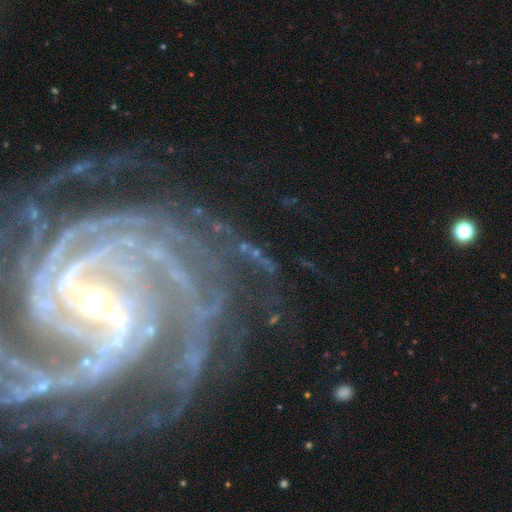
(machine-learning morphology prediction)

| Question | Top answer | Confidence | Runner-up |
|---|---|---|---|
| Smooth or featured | featured or disk | 72% | star or artifact (17%) |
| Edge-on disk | no | 93% | yes (7%) |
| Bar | strong | 36% | no (33%) |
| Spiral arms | yes | 92% | no (8%) |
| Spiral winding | tight | 65% | medium (26%) |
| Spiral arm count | can't tell | 25% | 2 (21%) |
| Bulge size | small | 62% | moderate (24%) |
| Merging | none | 68% | minor disturbance (15%) |